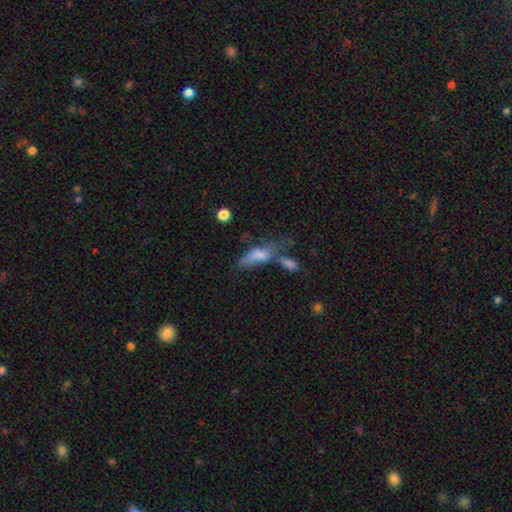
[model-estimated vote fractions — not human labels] Smooth or featured? smooth (57%)
How rounded? in between (52%)
Merging? none (33%)